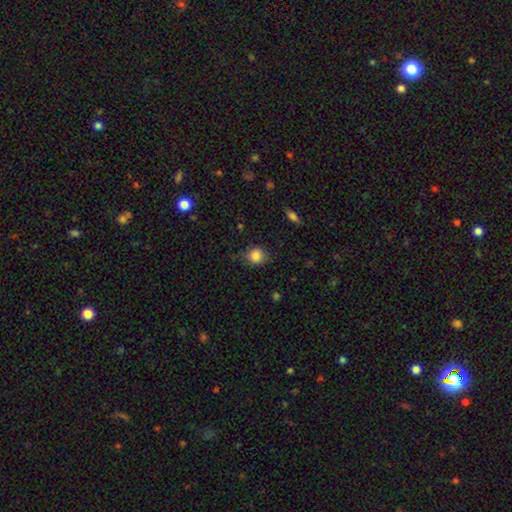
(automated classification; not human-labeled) smooth-or-featured: smooth: 85% | star or artifact: 10% | featured or disk: 5%
  how-rounded: round: 83% | in between: 16% | cigar-shaped: 1%
  merging: none: 78% | minor disturbance: 17% | major disturbance: 4% | merger: 1%